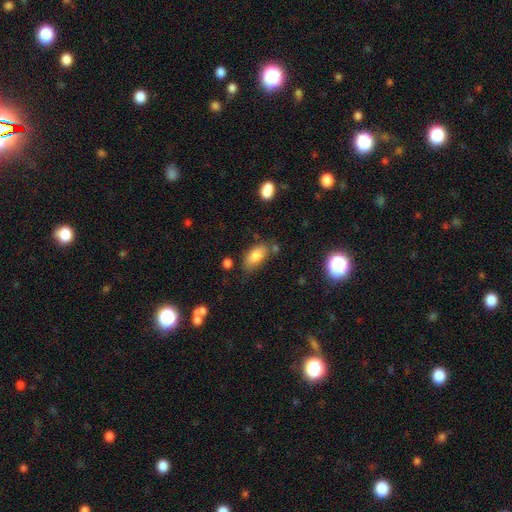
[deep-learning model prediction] Q: Smooth or featured?
A: smooth (81%); runner-up: featured or disk (10%)
Q: How rounded?
A: in between (90%); runner-up: cigar-shaped (6%)
Q: Merging?
A: none (68%); runner-up: minor disturbance (20%)